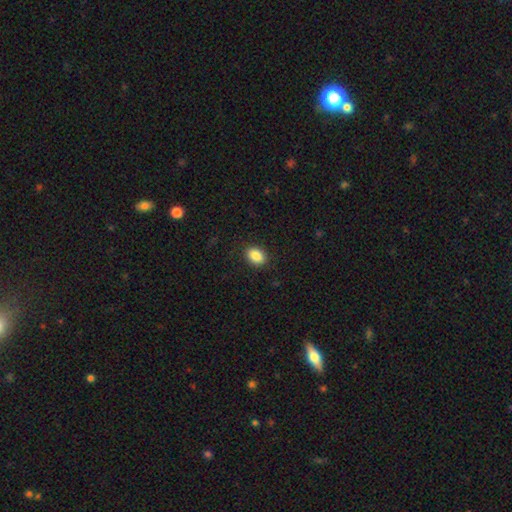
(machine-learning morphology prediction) smooth-or-featured: smooth: 88% | star or artifact: 8% | featured or disk: 4%
  how-rounded: in between: 76% | round: 23% | cigar-shaped: 1%
  merging: none: 88% | minor disturbance: 8% | major disturbance: 2% | merger: 1%